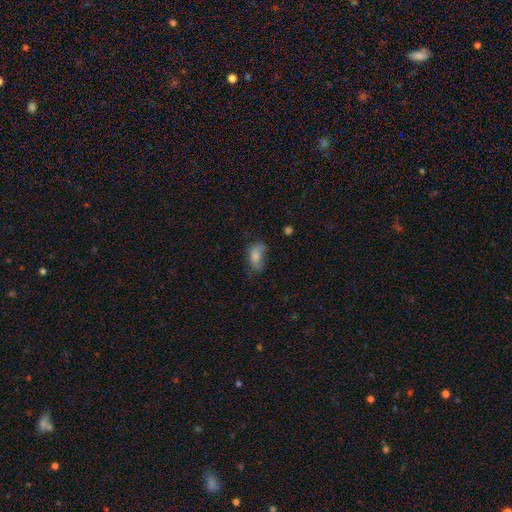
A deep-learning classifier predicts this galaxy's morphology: A smooth galaxy with no disk features (77%) that is in between round and cigar-shaped (88%).

Vote fractions:
- Smooth or featured? smooth: 77% / featured or disk: 13% / star or artifact: 10%
- How rounded? in between: 88% / round: 7% / cigar-shaped: 5%
- Merging? none: 37% / minor disturbance: 34% / major disturbance: 24% / merger: 4%